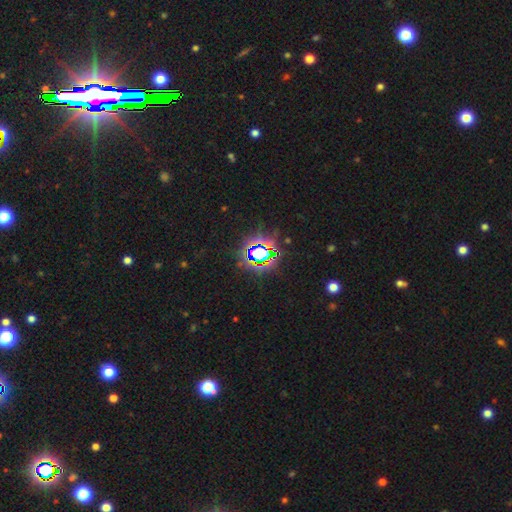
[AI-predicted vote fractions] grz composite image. It shows a star or artifact, not a galaxy (76%).